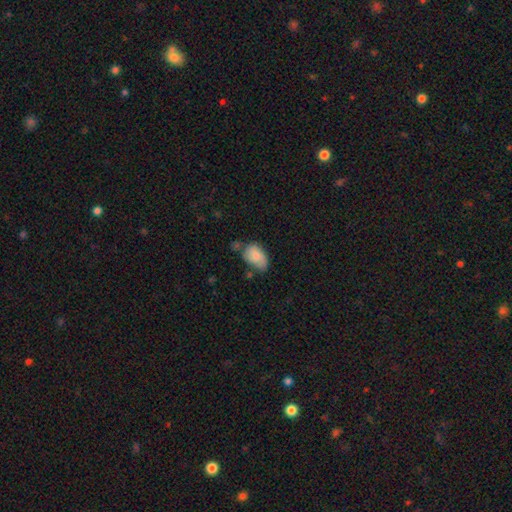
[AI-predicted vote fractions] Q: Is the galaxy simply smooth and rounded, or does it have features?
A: smooth — 77%.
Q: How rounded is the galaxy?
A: in between — 89%.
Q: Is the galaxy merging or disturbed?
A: none — 46%.